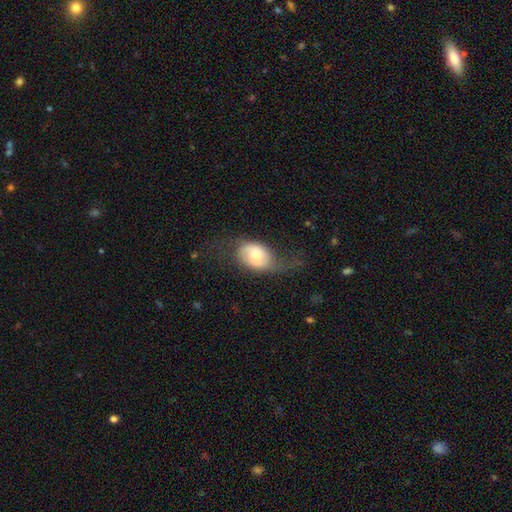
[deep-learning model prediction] Smooth or featured?
  - smooth: 54% *
  - featured or disk: 39%
  - star or artifact: 7%
How rounded?
  - in between: 75% *
  - round: 24%
  - cigar-shaped: 1%
Merging?
  - none: 36% *
  - major disturbance: 32%
  - minor disturbance: 30%
  - merger: 2%